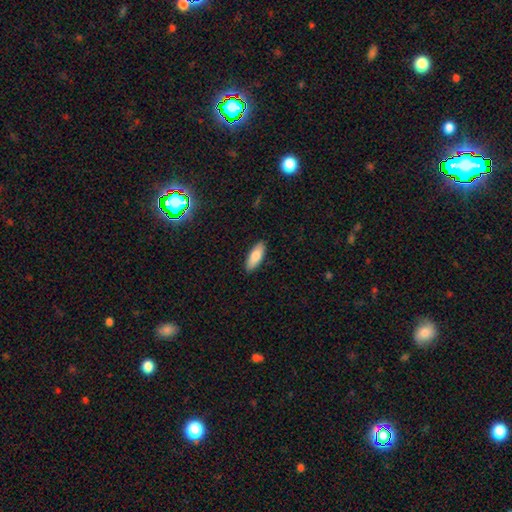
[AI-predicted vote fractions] Smooth or featured: smooth — 80% (featured or disk — 14%)
How rounded: in between — 73% (cigar-shaped — 25%)
Merging: none — 89% (minor disturbance — 8%)